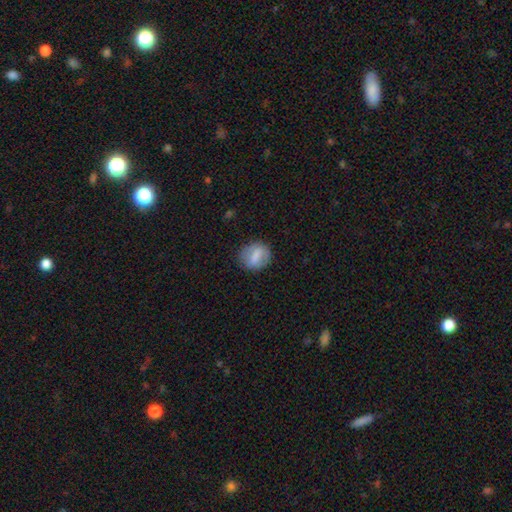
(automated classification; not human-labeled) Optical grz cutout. It shows a smooth galaxy with no disk features (65%) that is round (55%). Merging: none (77%).